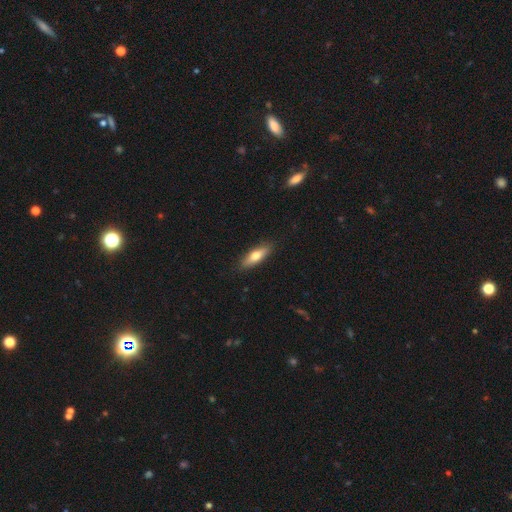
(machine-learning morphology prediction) Smooth or featured?
  - smooth: 68% *
  - featured or disk: 26%
  - star or artifact: 6%
How rounded?
  - cigar-shaped: 51% *
  - in between: 46%
  - round: 2%
Merging?
  - none: 87% *
  - minor disturbance: 9%
  - major disturbance: 2%
  - merger: 1%